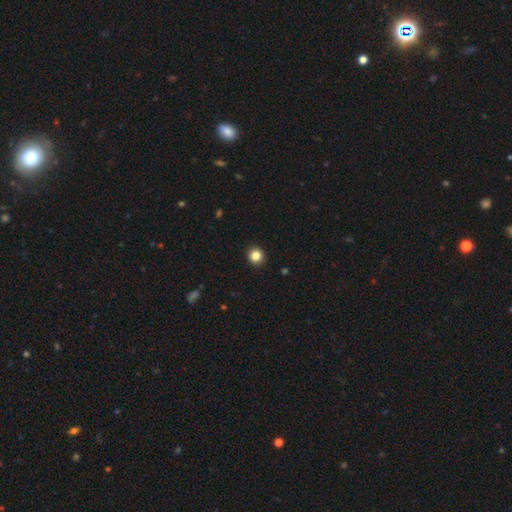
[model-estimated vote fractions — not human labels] smooth-or-featured: smooth: 85% | star or artifact: 11% | featured or disk: 4%
  how-rounded: round: 91% | in between: 8% | cigar-shaped: 1%
  merging: none: 93% | minor disturbance: 4% | major disturbance: 1% | merger: 1%